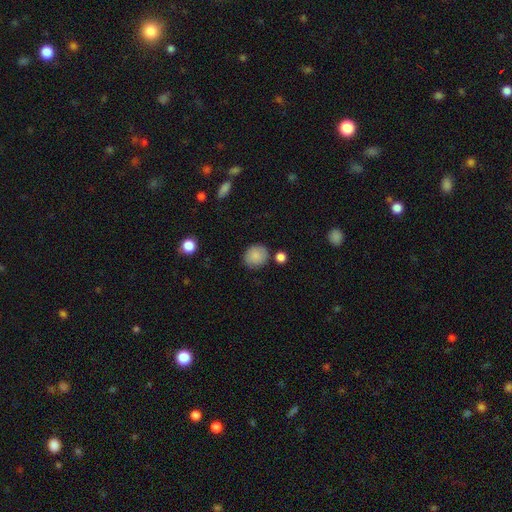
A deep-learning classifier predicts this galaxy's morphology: A smooth galaxy with no disk features (86%) that is round (77%).

Vote fractions:
- Smooth or featured? smooth: 86% / star or artifact: 8% / featured or disk: 6%
- How rounded? round: 77% / in between: 22% / cigar-shaped: 1%
- Merging? none: 80% / minor disturbance: 12% / merger: 5% / major disturbance: 3%